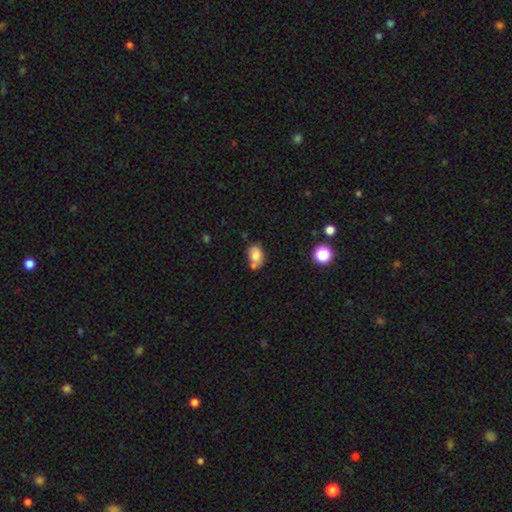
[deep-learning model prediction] This is likely a smooth galaxy (79%). How rounded: likely in between (78%). Merging: possibly none (51%).